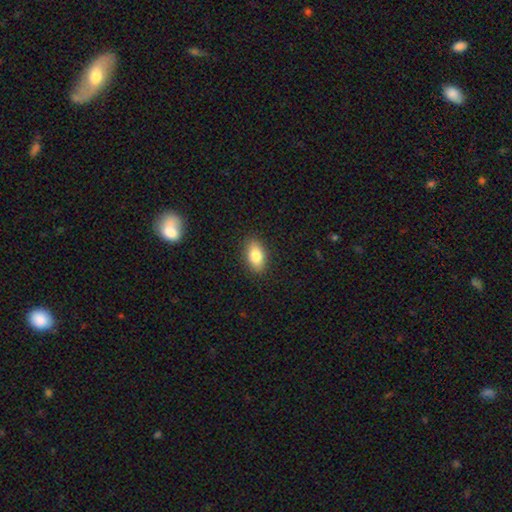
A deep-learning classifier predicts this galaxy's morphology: Smooth or featured: smooth — 82% (featured or disk — 11%)
How rounded: in between — 89% (round — 7%)
Merging: none — 88% (minor disturbance — 8%)